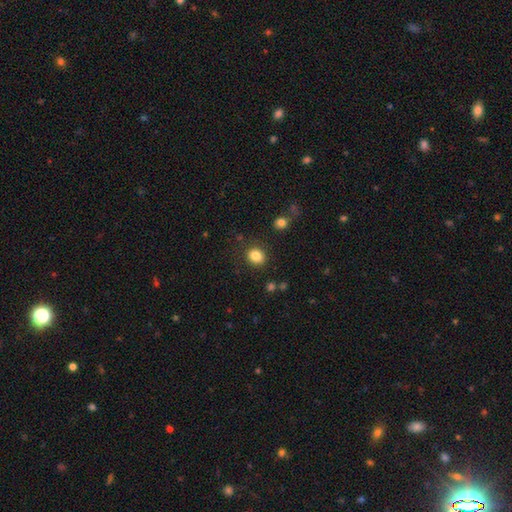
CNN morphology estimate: Smooth or featured: smooth — 85% (star or artifact — 11%)
How rounded: round — 66% (in between — 33%)
Merging: none — 85% (minor disturbance — 9%)